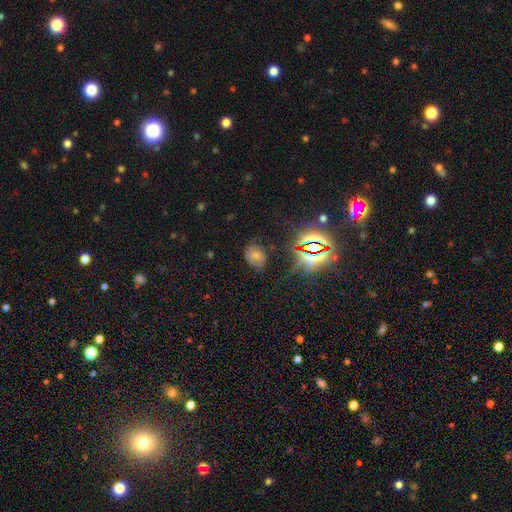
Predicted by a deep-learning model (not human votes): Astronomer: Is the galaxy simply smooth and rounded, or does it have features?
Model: smooth — 62%.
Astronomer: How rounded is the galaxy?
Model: in between — 60% (runner-up: round, 39%).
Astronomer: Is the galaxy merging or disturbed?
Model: none — 68%.